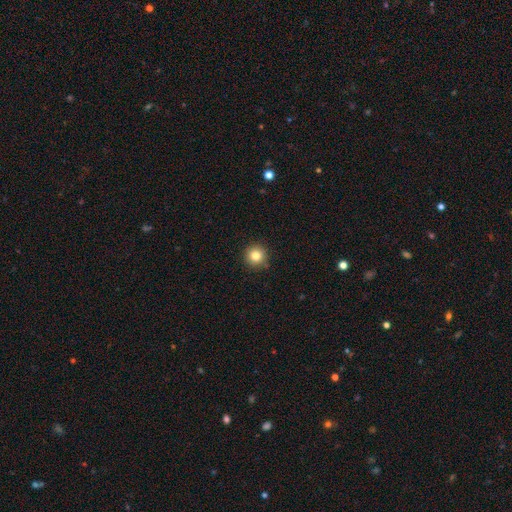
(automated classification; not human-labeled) smooth 82%, star or artifact 11%, featured or disk 7%. Down the decision tree: how rounded — round (95%); merging — none (91%).